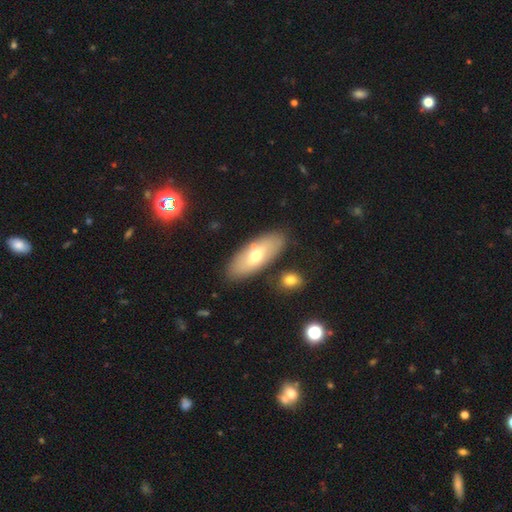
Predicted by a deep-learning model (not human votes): Smooth or featured? Predicted: smooth (p=0.59). How rounded? Predicted: in between (p=0.80). Merging? Predicted: none (p=0.80).